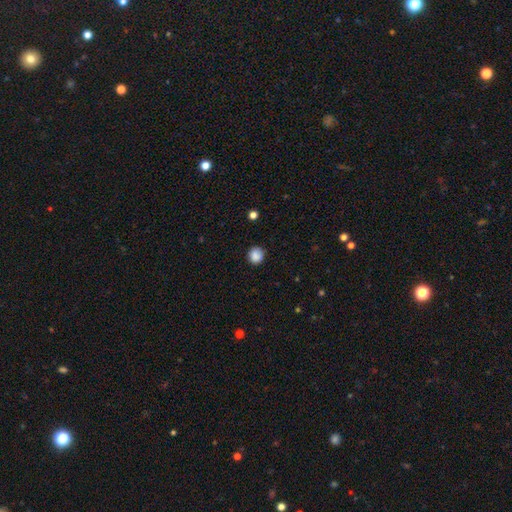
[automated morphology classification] This is clearly a smooth galaxy (85%). How rounded: clearly round (84%). Merging: clearly none (80%).